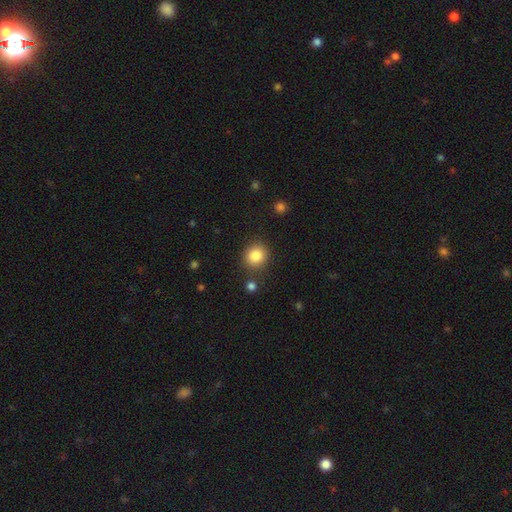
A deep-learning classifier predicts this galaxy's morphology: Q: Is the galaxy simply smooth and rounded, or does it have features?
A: smooth — 84%.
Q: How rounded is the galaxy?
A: round — 87%.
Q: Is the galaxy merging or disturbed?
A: none — 86%.